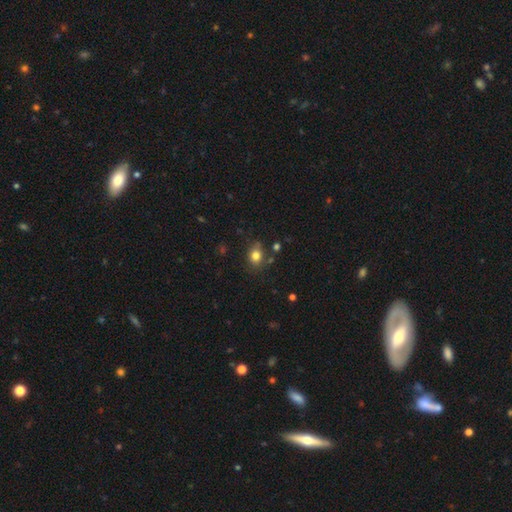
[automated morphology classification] A smooth galaxy with no disk features (80%) that is round (52%).

Vote fractions:
- Smooth or featured? smooth: 80% / star or artifact: 12% / featured or disk: 8%
- How rounded? round: 52% / in between: 47% / cigar-shaped: 1%
- Merging? none: 71% / minor disturbance: 18% / merger: 6% / major disturbance: 5%